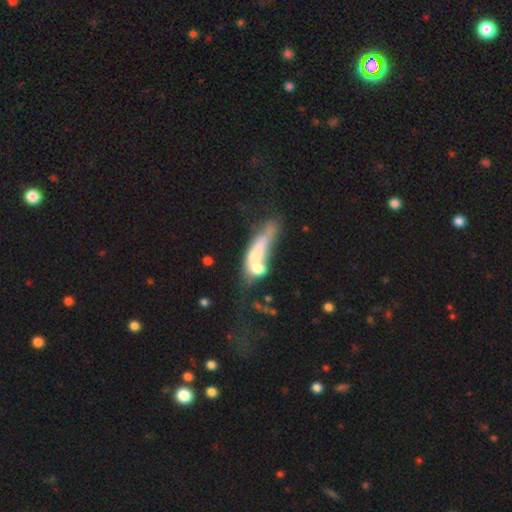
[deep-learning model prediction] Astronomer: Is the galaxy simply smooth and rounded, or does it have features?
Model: smooth — 47% (runner-up: featured or disk, 42%).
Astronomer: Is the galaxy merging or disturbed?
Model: merger — 43% (runner-up: major disturbance, 21%).